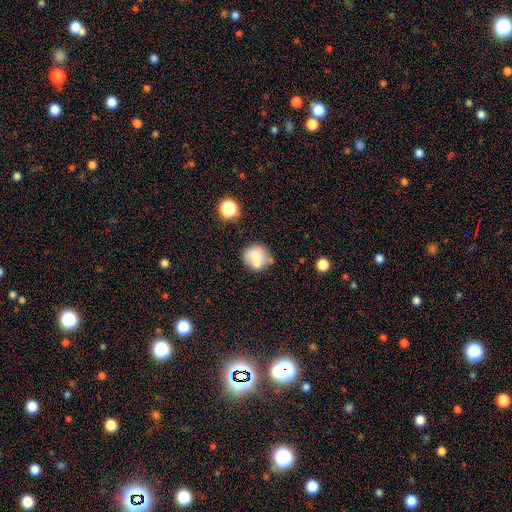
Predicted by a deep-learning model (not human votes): Overall: smooth (66%). How rounded: round (80%). Merging: none (51%; merger 22%).